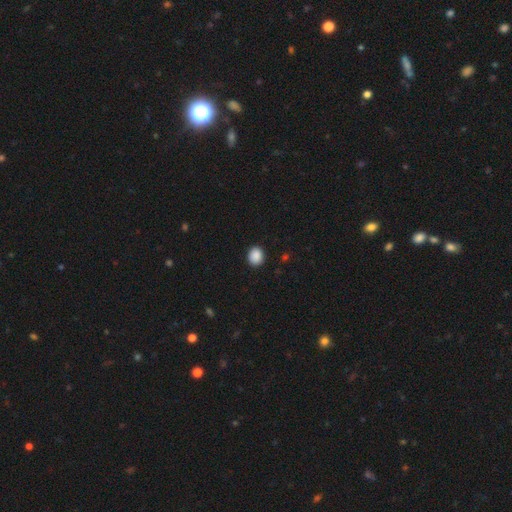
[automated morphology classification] A smooth galaxy with no disk features (89%) that is round (64%). Merging: none (90%).